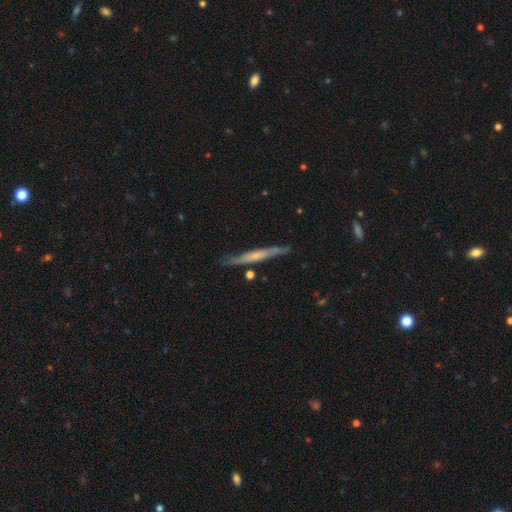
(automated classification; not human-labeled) Q: Smooth or featured?
A: featured or disk (57%); runner-up: smooth (37%)
Q: Edge-on disk?
A: yes (93%); runner-up: no (7%)
Q: Edge-on bulge?
A: none (59%); runner-up: rounded (30%)
Q: Merging?
A: none (80%); runner-up: minor disturbance (15%)